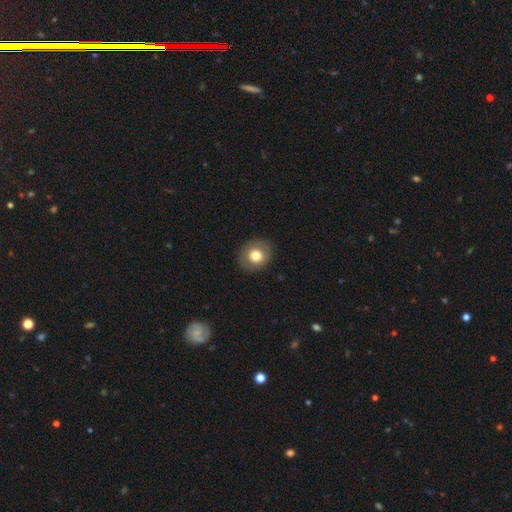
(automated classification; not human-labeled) smooth 76%, featured or disk 15%, star or artifact 9%. Down the decision tree: how rounded — round (76%); merging — none (89%).